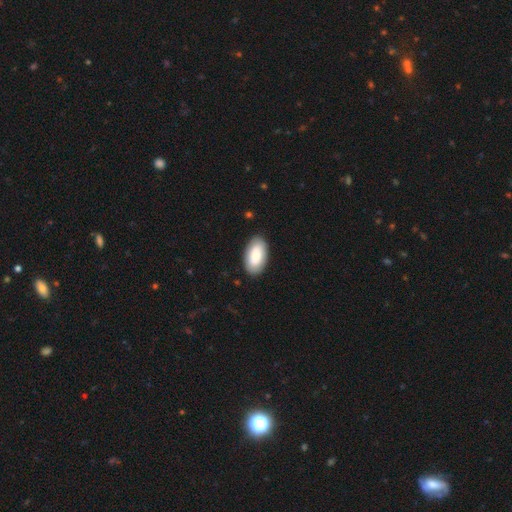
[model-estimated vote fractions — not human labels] A smooth galaxy with no disk features (82%) that is in between round and cigar-shaped (95%). Merging: none (87%).